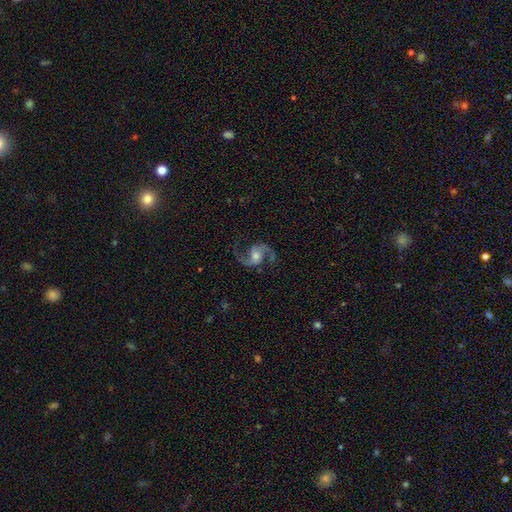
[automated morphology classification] A featured or disk galaxy (90%) with no bar (55%), 2 (94%) medium (48%) spiral arms (98%) and a moderate central bulge (57%). Merging: none (81%).